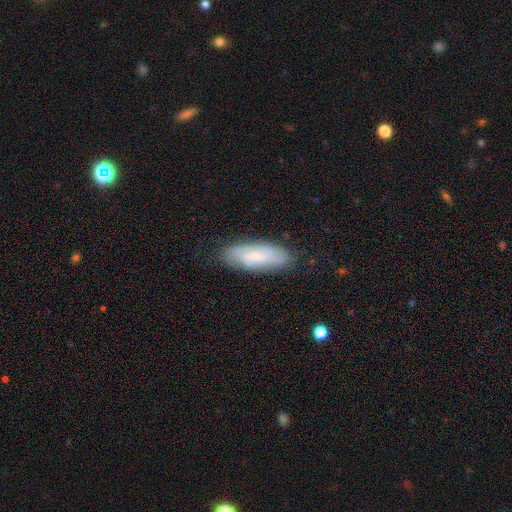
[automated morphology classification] This is likely a smooth galaxy (65%). How rounded: likely in between (66%). Merging: likely none (79%).